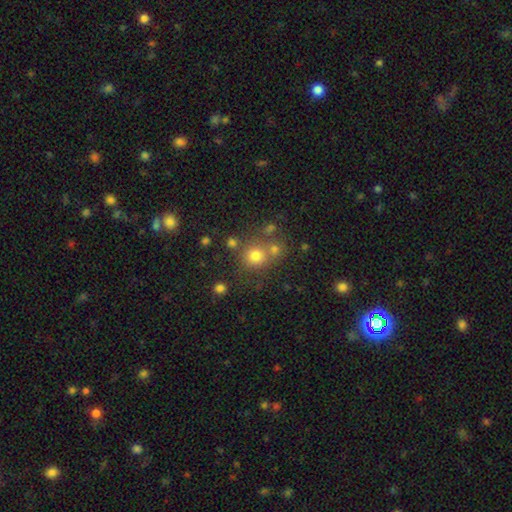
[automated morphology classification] smooth_or_featured: smooth (p=0.74) [alt: star or artifact p=0.17]
how_rounded: round (p=0.87) [alt: in between p=0.12]
merging: none (p=0.64) [alt: merger p=0.21]